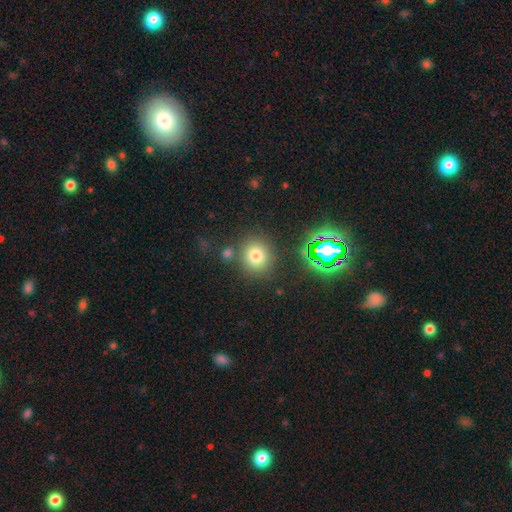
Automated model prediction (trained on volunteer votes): smooth_or_featured: smooth (p=0.74) [alt: star or artifact p=0.18]
how_rounded: round (p=0.86) [alt: in between p=0.13]
merging: none (p=0.78) [alt: minor disturbance p=0.09]